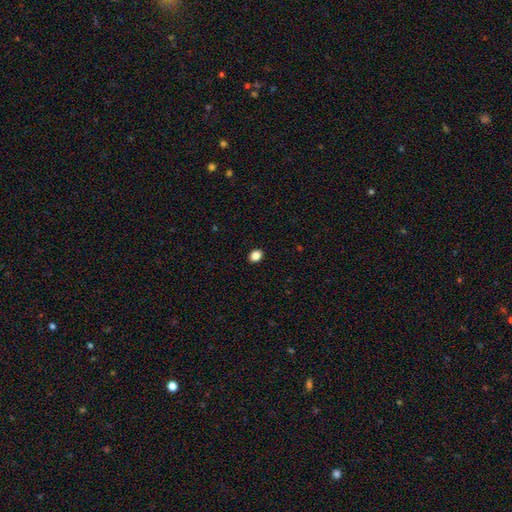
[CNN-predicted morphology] A smooth galaxy with no disk features (87%) that is in between round and cigar-shaped (55%). Merging: none (91%).